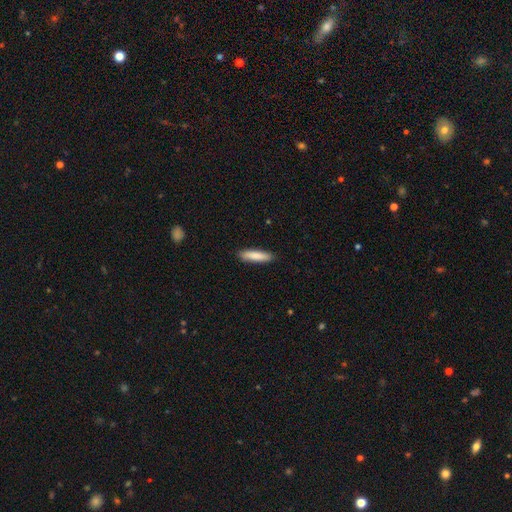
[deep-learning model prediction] smooth_or_featured: smooth (p=0.85) [alt: featured or disk p=0.10]
how_rounded: cigar-shaped (p=0.77) [alt: in between p=0.21]
merging: none (p=0.90) [alt: minor disturbance p=0.08]